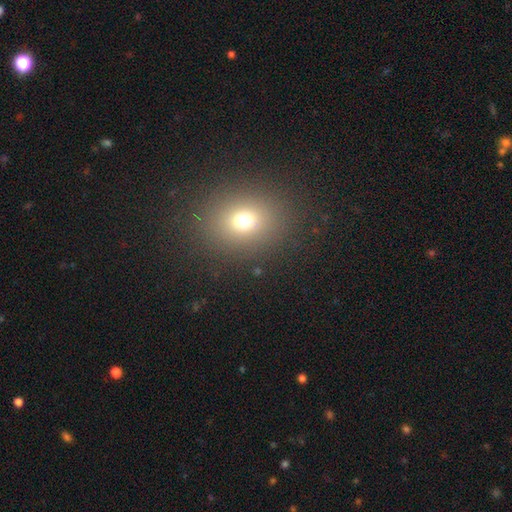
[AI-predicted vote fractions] Smooth or featured? smooth (67%)
How rounded? round (54%)
Merging? none (91%)